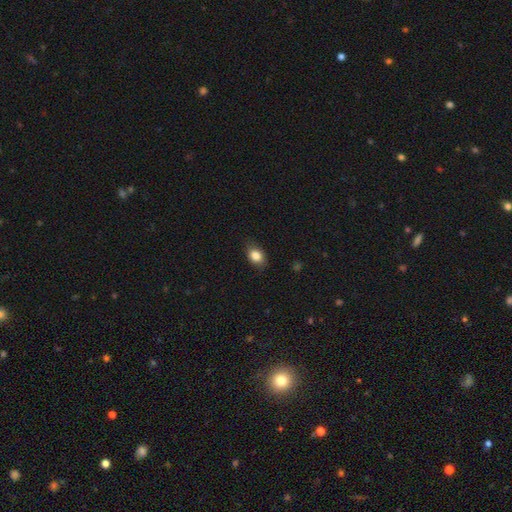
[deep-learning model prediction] A smooth galaxy with no disk features (84%) that is in between round and cigar-shaped (73%).

Vote fractions:
- Smooth or featured? smooth: 84% / star or artifact: 9% / featured or disk: 7%
- How rounded? in between: 73% / round: 26% / cigar-shaped: 1%
- Merging? none: 83% / minor disturbance: 14% / major disturbance: 3% / merger: 1%